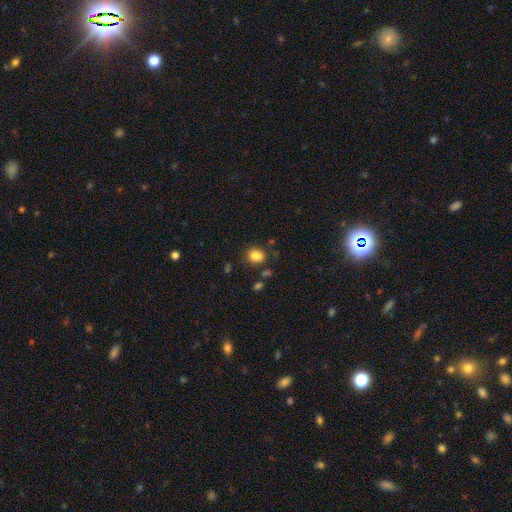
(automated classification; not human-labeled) smooth-or-featured: smooth: 84% | star or artifact: 11% | featured or disk: 5%
  how-rounded: round: 61% | in between: 38% | cigar-shaped: 1%
  merging: none: 74% | minor disturbance: 15% | merger: 6% | major disturbance: 5%